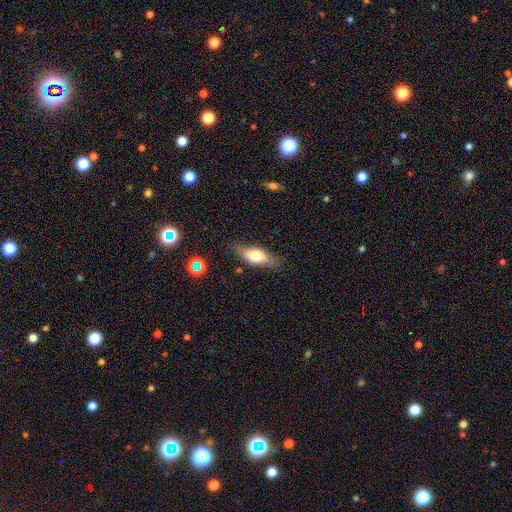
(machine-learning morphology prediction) Overall: smooth (64%; featured or disk 29%). How rounded: in between (71%). Merging: none (79%).